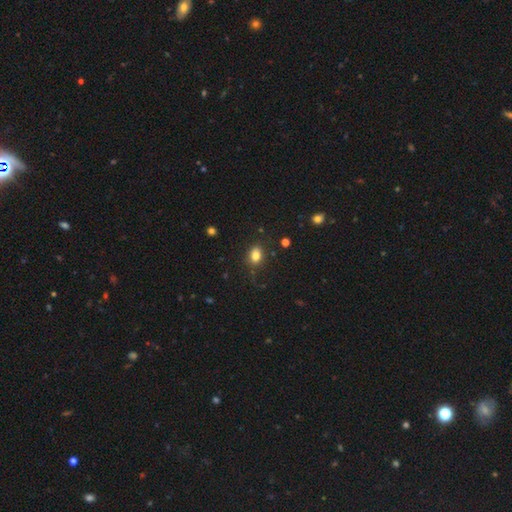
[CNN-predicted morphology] This is clearly a smooth galaxy (82%). How rounded: likely in between (69%). Merging: likely none (79%).